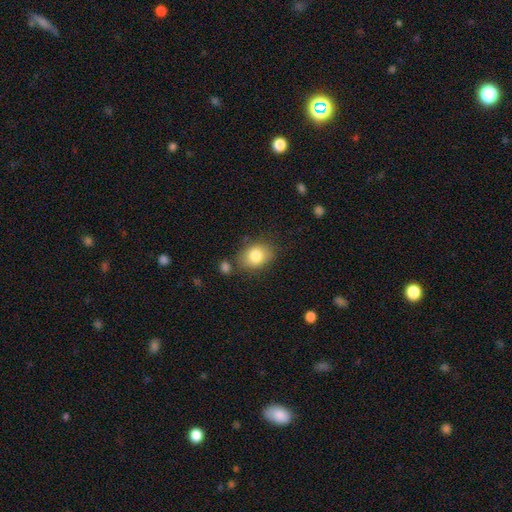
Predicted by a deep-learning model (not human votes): Q: Smooth or featured?
A: smooth (82%); runner-up: featured or disk (9%)
Q: How rounded?
A: in between (62%); runner-up: round (37%)
Q: Merging?
A: none (74%); runner-up: minor disturbance (15%)